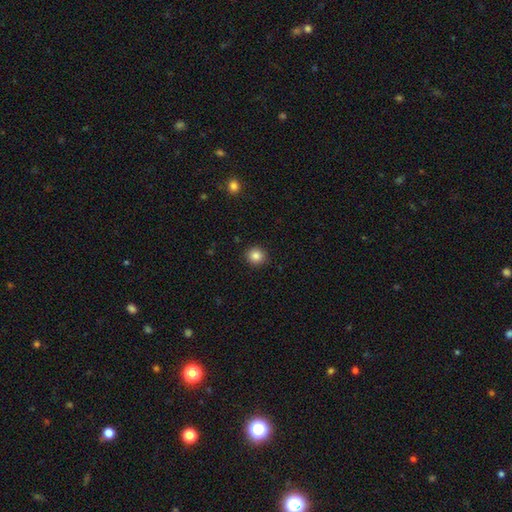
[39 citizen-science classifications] Volunteers were most divided on "how rounded": round: 86%, in between: 14%, cigar-shaped: 0%. More confident: merging — none (97%); smooth or featured — smooth (90%).